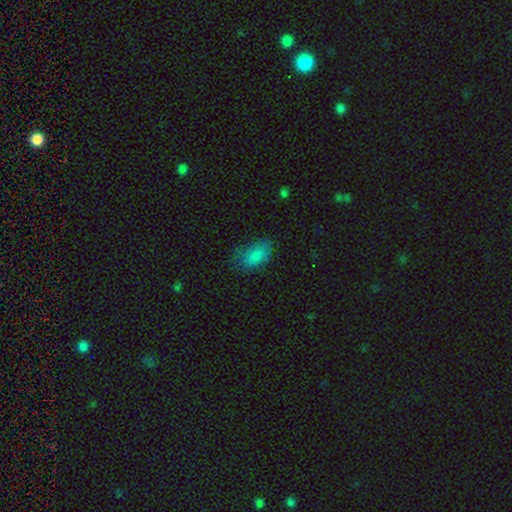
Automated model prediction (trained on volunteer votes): smooth-or-featured: smooth: 83% | star or artifact: 9% | featured or disk: 7%
  how-rounded: in between: 92% | round: 5% | cigar-shaped: 2%
  merging: none: 62% | minor disturbance: 27% | major disturbance: 10% | merger: 1%